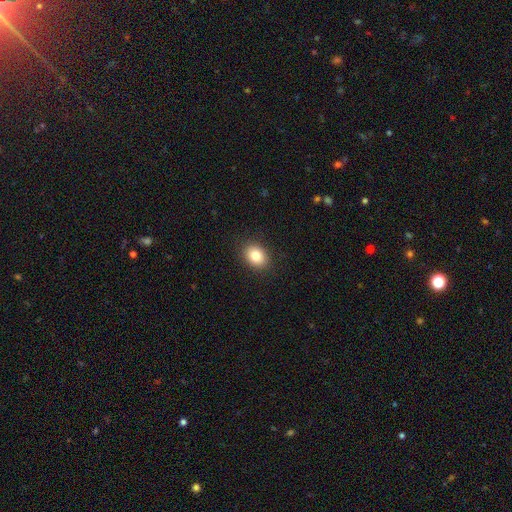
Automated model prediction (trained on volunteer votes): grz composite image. It shows a smooth galaxy with no disk features (83%) that is in between round and cigar-shaped (59%). Merging: none (89%).